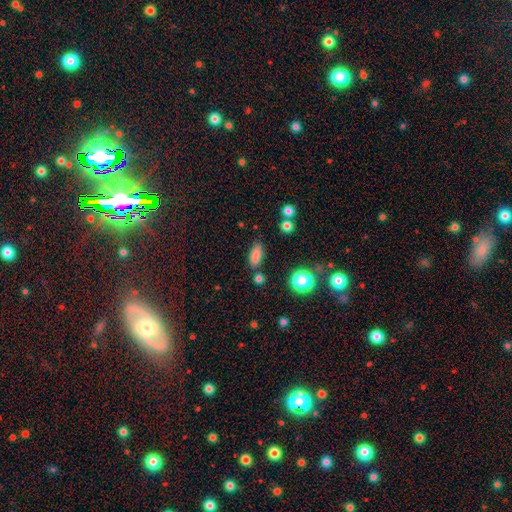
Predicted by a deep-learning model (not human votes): This appears to be a smooth galaxy with no disk features (81%) that is in between round and cigar-shaped (81%). Merging: none (76%).